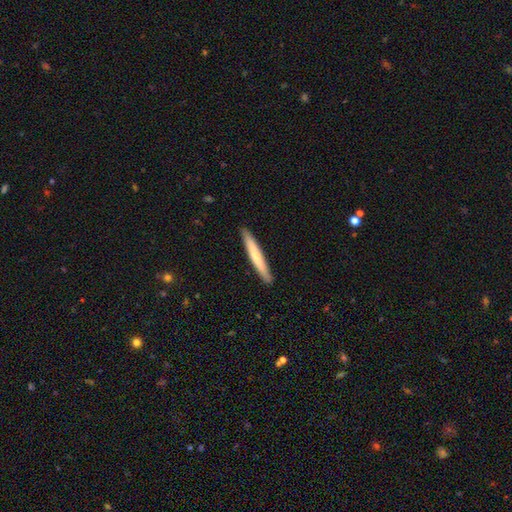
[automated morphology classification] This appears to be a smooth galaxy with no disk features (63%) that is cigar-shaped (96%). Merging: none (91%).